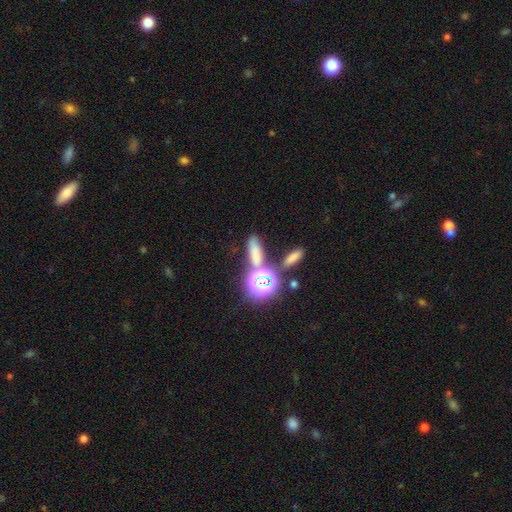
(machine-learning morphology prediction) Smooth or featured? Predicted: smooth (p=0.61). How rounded? Predicted: in between (p=0.42). Merging? Predicted: none (p=0.63).